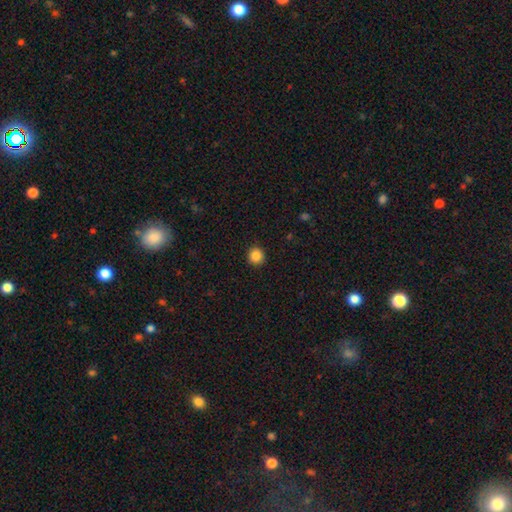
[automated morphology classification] Smooth or featured? smooth (87%)
How rounded? round (94%)
Merging? none (92%)